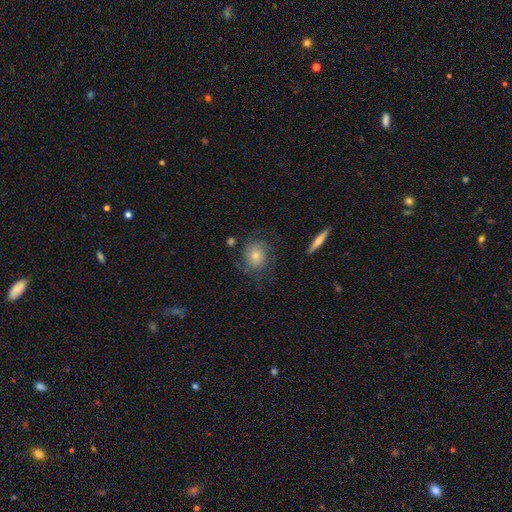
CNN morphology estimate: This is likely a featured or disk galaxy (68%). It is clearly not viewed edge-on (95%). Bar: likely no (77%). Spiral arm pattern: clearly yes (89%). Spiral arm count: possibly 2 (51%). Spiral winding: possibly tight (46%). Central bulge: marginally moderate (44%). Merging: likely none (68%).